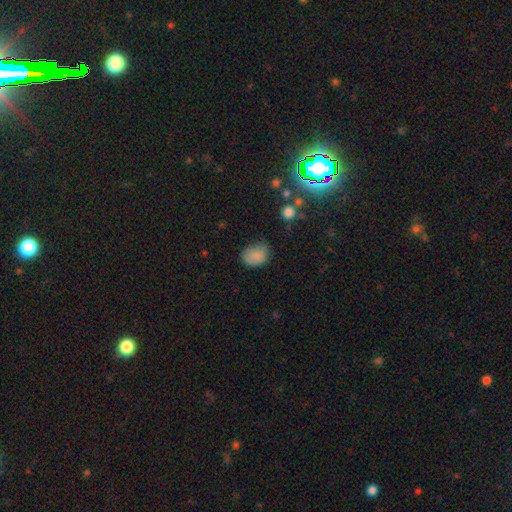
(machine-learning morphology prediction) Q: Smooth or featured?
A: smooth (83%); runner-up: star or artifact (10%)
Q: How rounded?
A: in between (67%); runner-up: round (32%)
Q: Merging?
A: none (57%); runner-up: minor disturbance (31%)